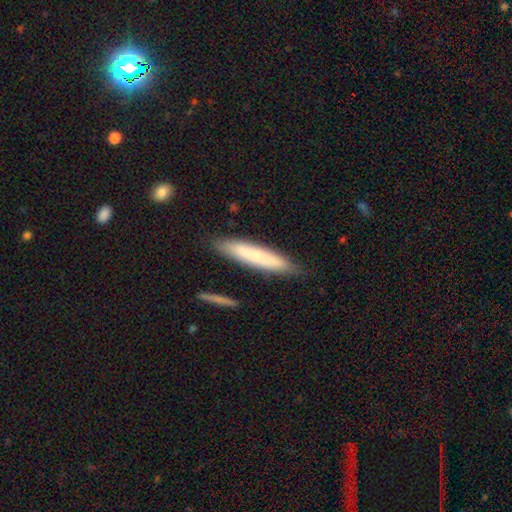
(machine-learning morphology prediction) Smooth or featured? smooth (71%)
How rounded? cigar-shaped (89%)
Merging? none (83%)